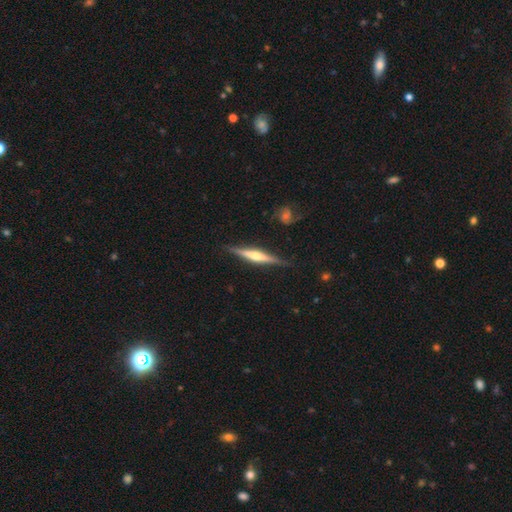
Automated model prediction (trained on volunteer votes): Morphology: type=featured or disk (72%); edge-on=yes (97%); edge-on bulge=rounded (83%); merging=none (86%).